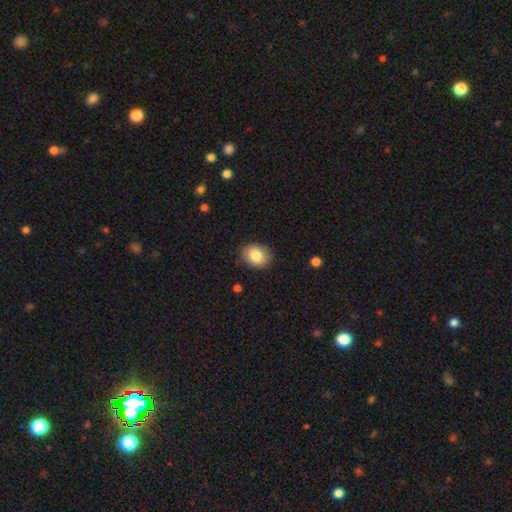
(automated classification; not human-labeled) Smooth or featured? Predicted: smooth (p=0.83). How rounded? Predicted: round (p=0.52). Merging? Predicted: none (p=0.85).